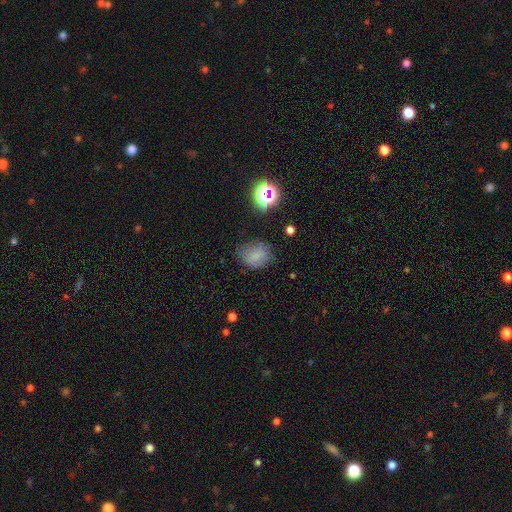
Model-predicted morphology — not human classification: Smooth or featured: smooth — 72% (star or artifact — 15%)
How rounded: in between — 55% (round — 43%)
Merging: none — 70% (minor disturbance — 21%)